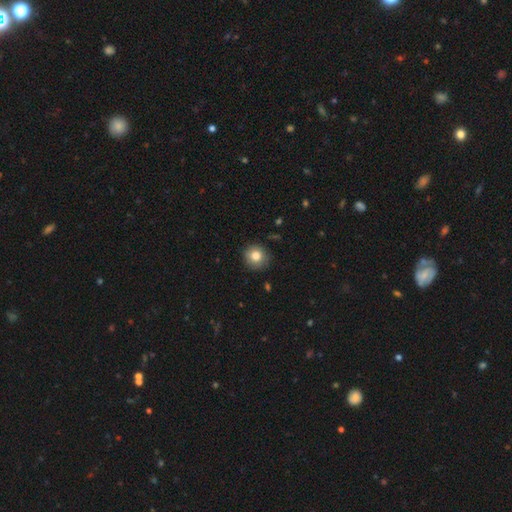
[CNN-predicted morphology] smooth_or_featured: smooth (p=0.82) [alt: star or artifact p=0.10]
how_rounded: round (p=0.93) [alt: in between p=0.06]
merging: none (p=0.89) [alt: minor disturbance p=0.08]